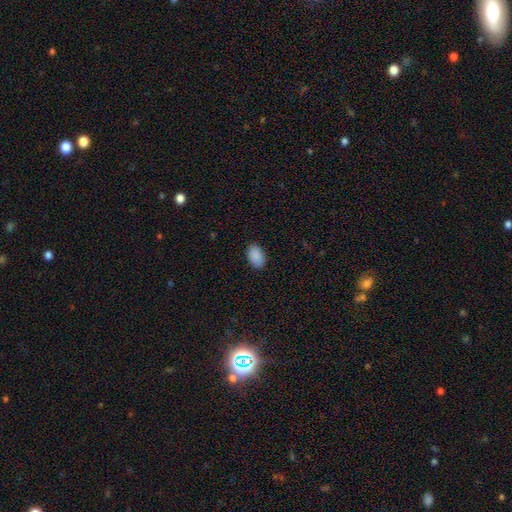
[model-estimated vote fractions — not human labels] Morphology: type=smooth (90%); roundness=in between (91%); merging=none (87%).